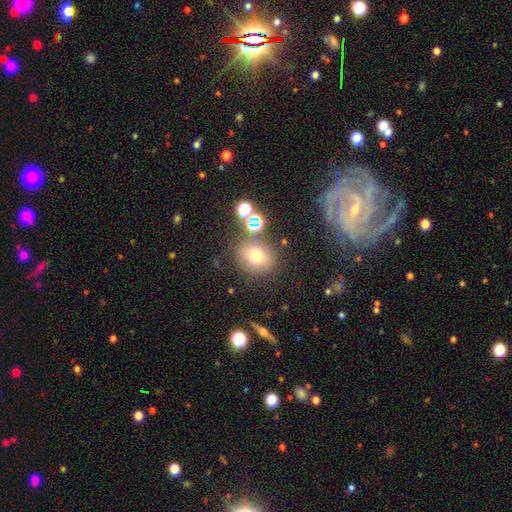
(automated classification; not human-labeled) Morphology: type=smooth (69%); roundness=round (74%); merging=none (74%).